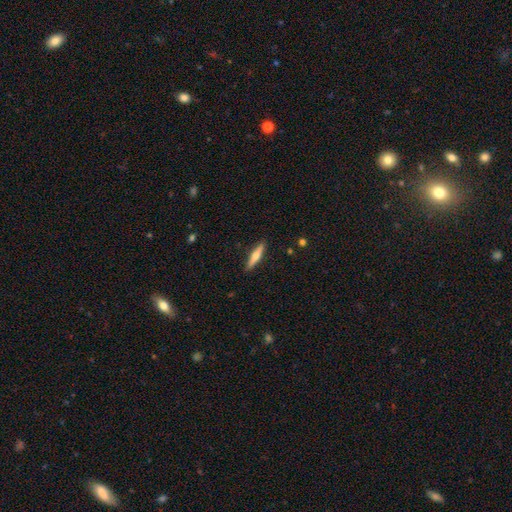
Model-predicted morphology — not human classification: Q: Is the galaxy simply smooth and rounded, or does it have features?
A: featured or disk — 50%.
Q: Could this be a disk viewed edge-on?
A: yes — 96%.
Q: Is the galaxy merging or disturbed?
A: none — 90%.